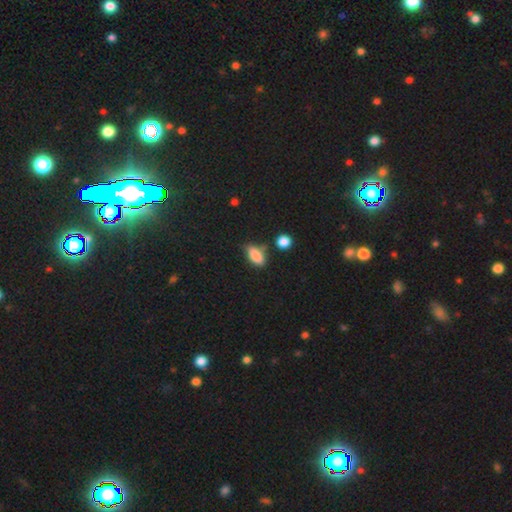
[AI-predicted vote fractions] smooth_or_featured: smooth (p=0.85) [alt: star or artifact p=0.09]
how_rounded: in between (p=0.84) [alt: cigar-shaped p=0.11]
merging: none (p=0.61) [alt: minor disturbance p=0.24]